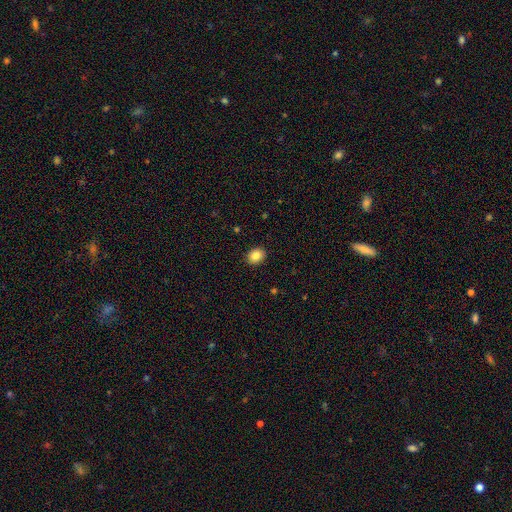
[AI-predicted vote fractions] This appears to be a smooth galaxy with no disk features (85%) that is round (53%). Merging: none (91%).